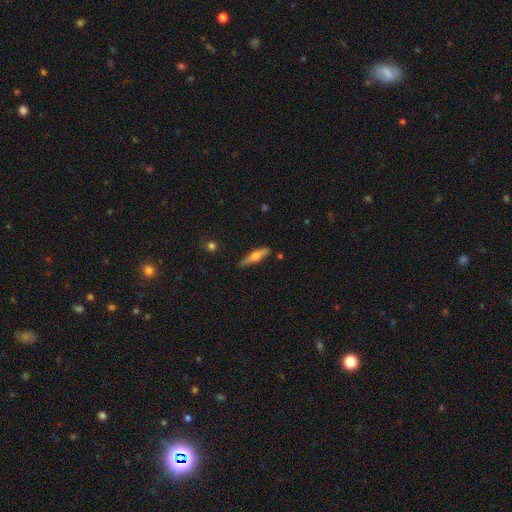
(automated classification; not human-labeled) Morphology: type=smooth (51%); roundness=cigar-shaped (78%); merging=none (83%).